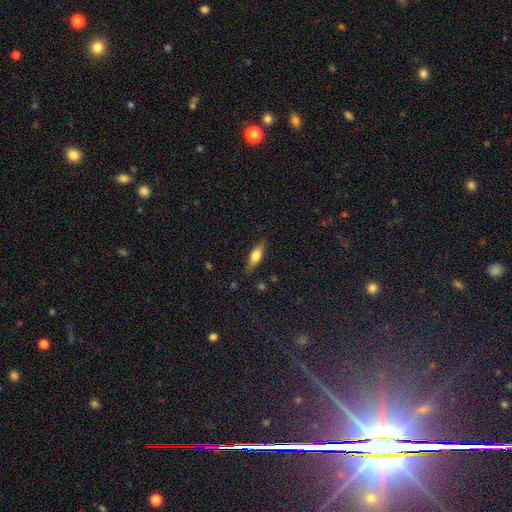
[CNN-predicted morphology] Smooth or featured: smooth — 62% (featured or disk — 32%)
How rounded: in between — 50% (cigar-shaped — 47%)
Merging: none — 84% (minor disturbance — 12%)